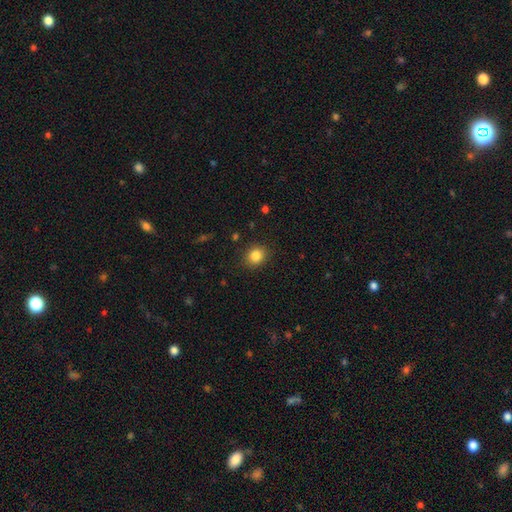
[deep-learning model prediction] smooth 84%, star or artifact 11%, featured or disk 5%. Down the decision tree: how rounded — round (72%); merging — none (88%).